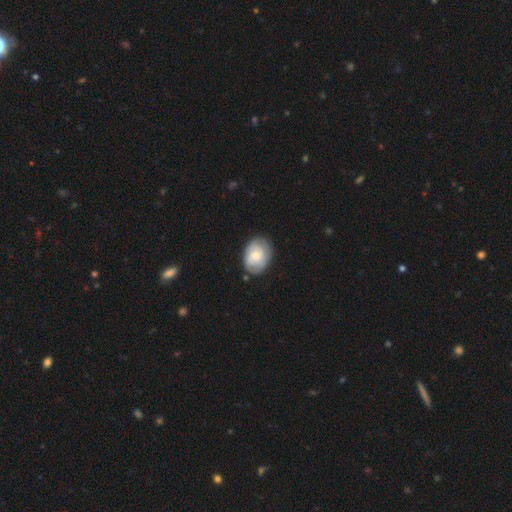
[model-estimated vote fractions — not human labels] Smooth or featured? Predicted: featured or disk (p=0.50). Merging? Predicted: none (p=0.73).